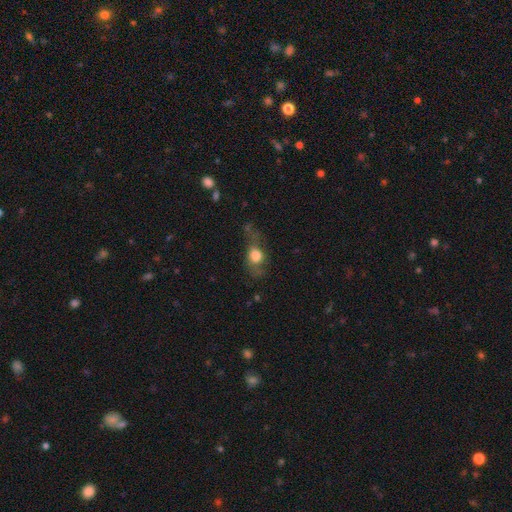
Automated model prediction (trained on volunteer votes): Overall: smooth (65%). How rounded: in between (51%; round 41%). Merging: none (39%; major disturbance 29%).